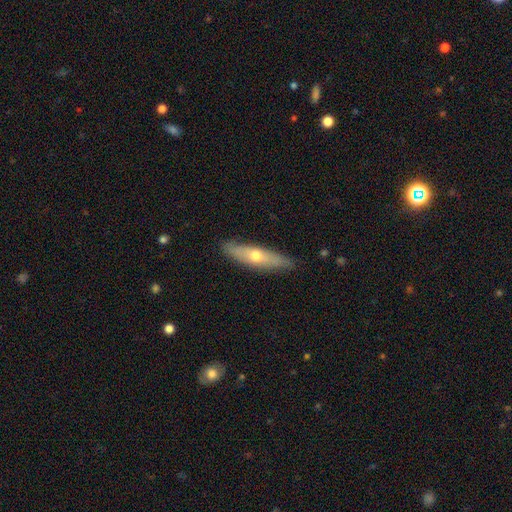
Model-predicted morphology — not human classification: featured or disk 48%, smooth 46%, star or artifact 6%. Down the decision tree: merging — none (86%).